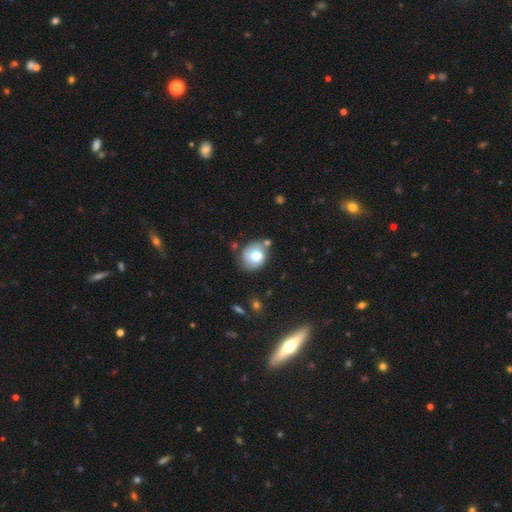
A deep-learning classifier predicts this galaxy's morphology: Smooth or featured?
  - smooth: 68% *
  - featured or disk: 24%
  - star or artifact: 8%
How rounded?
  - round: 59% *
  - in between: 41%
  - cigar-shaped: 1%
Merging?
  - none: 65% *
  - minor disturbance: 21%
  - merger: 8%
  - major disturbance: 6%